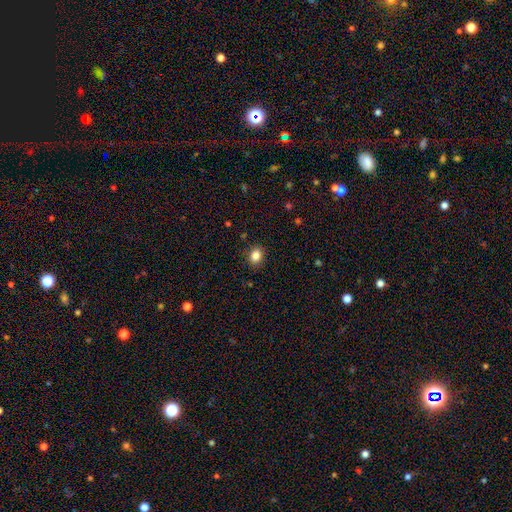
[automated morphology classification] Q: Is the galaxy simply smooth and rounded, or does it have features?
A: smooth — 84%.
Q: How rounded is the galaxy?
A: in between — 52%.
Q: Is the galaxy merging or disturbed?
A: none — 88%.